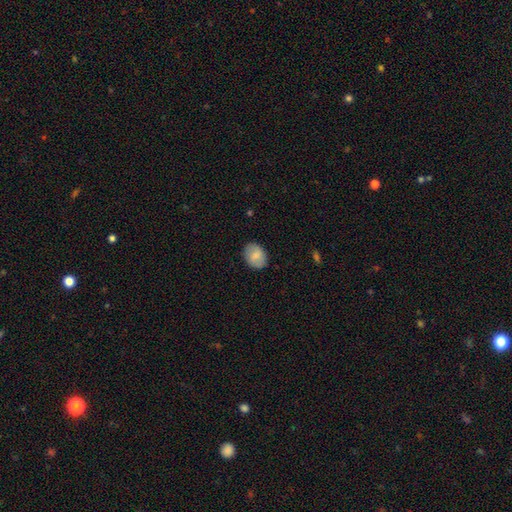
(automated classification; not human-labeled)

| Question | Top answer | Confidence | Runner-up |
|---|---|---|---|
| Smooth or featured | smooth | 78% | featured or disk (15%) |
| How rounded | in between | 65% | round (34%) |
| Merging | none | 84% | minor disturbance (12%) |